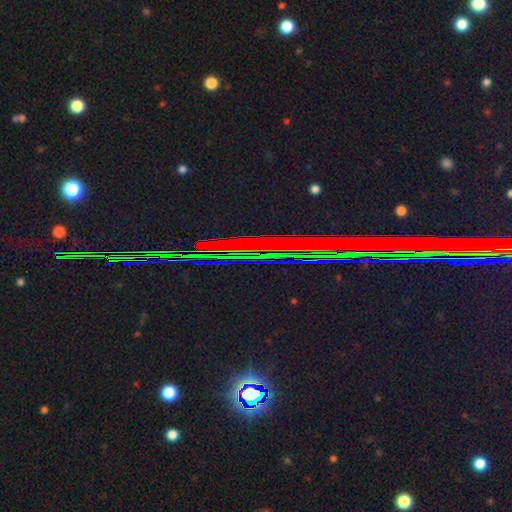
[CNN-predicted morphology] Smooth or featured?
  - star or artifact: 83% *
  - featured or disk: 10%
  - smooth: 7%